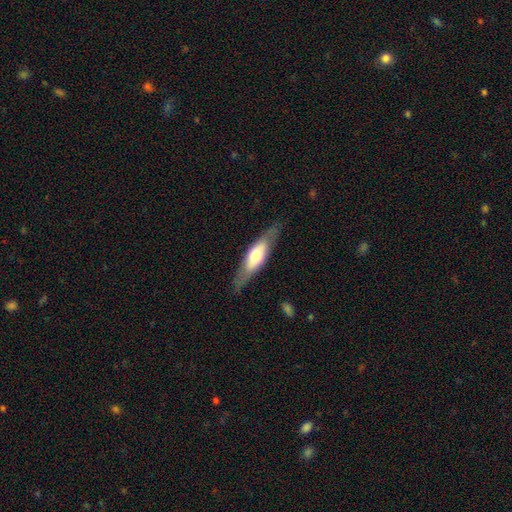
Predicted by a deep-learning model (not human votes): A smooth galaxy with no disk features (47%, tied with featured or disk).

Vote fractions:
- Smooth or featured? smooth: 47% (tied) / featured or disk: 47% (tied) / star or artifact: 5%
- Merging? none: 79% / minor disturbance: 15% / major disturbance: 5% / merger: 1%